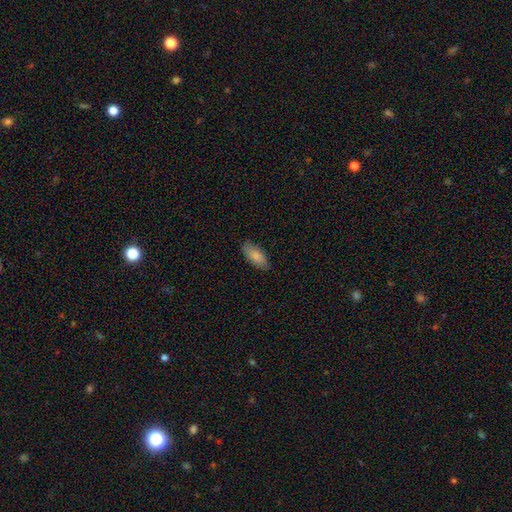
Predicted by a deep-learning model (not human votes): This is clearly a smooth galaxy (85%). How rounded: clearly in between (85%). Merging: clearly none (83%).